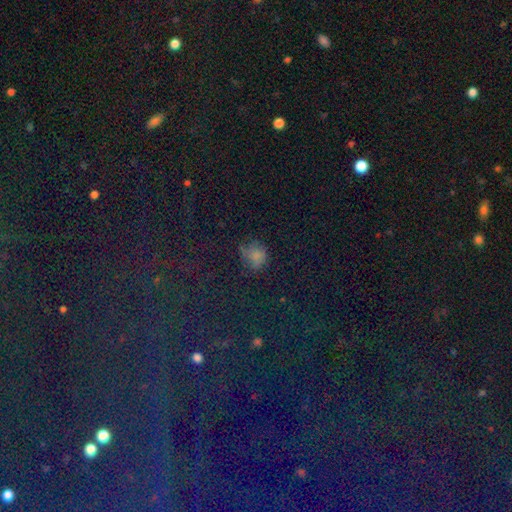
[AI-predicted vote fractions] Overall: smooth (63%; star or artifact 24%). How rounded: round (70%). Merging: none (57%; minor disturbance 25%).